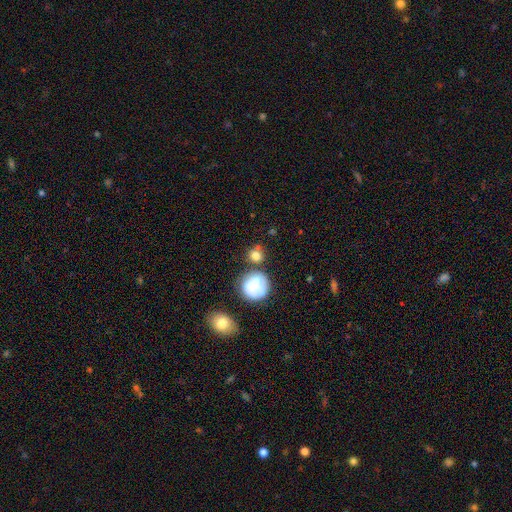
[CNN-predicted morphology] Q: Smooth or featured?
A: smooth (76%); runner-up: featured or disk (12%)
Q: How rounded?
A: round (87%); runner-up: in between (12%)
Q: Merging?
A: none (63%); runner-up: merger (17%)